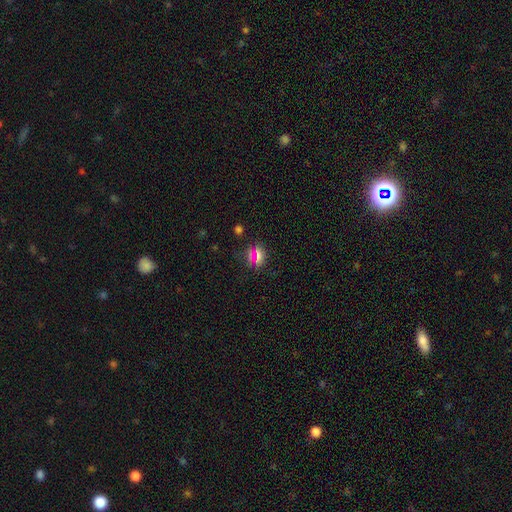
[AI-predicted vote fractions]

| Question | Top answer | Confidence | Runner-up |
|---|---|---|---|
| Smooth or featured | smooth | 58% | star or artifact (32%) |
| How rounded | round | 59% | in between (33%) |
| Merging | none | 80% | minor disturbance (11%) |